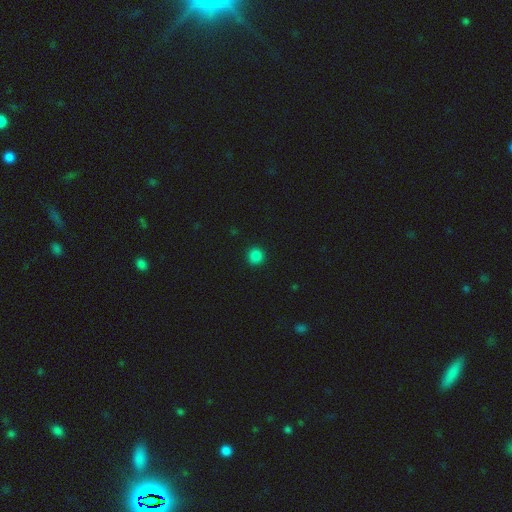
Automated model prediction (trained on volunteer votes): Smooth or featured: smooth — 85% (star or artifact — 12%)
How rounded: round — 94% (in between — 5%)
Merging: none — 92% (minor disturbance — 5%)